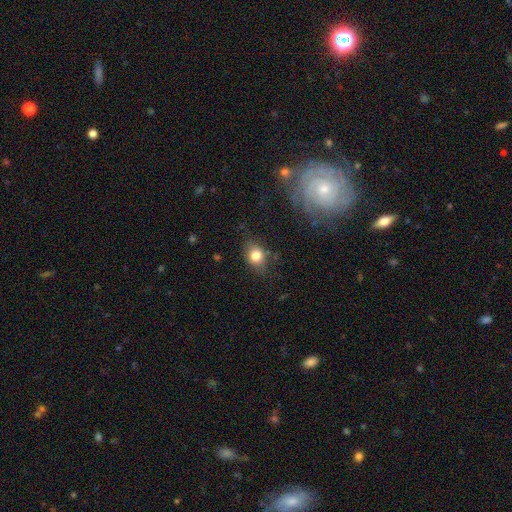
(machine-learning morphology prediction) smooth-or-featured: smooth: 79% | featured or disk: 11% | star or artifact: 10%
  how-rounded: in between: 58% | round: 40% | cigar-shaped: 2%
  merging: none: 75% | minor disturbance: 18% | major disturbance: 5% | merger: 2%